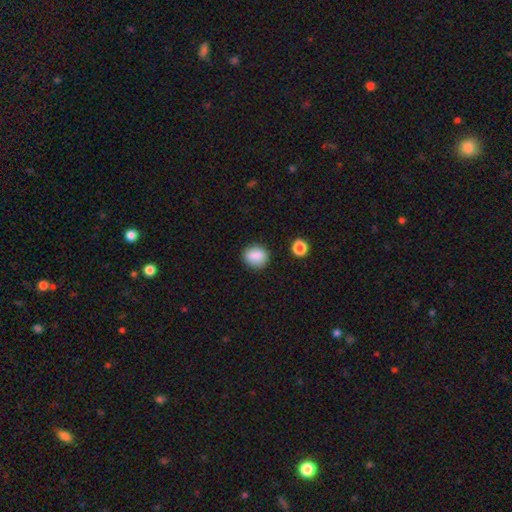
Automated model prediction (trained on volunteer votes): Smooth or featured? Predicted: smooth (p=0.86). How rounded? Predicted: round (p=0.65). Merging? Predicted: none (p=0.82).